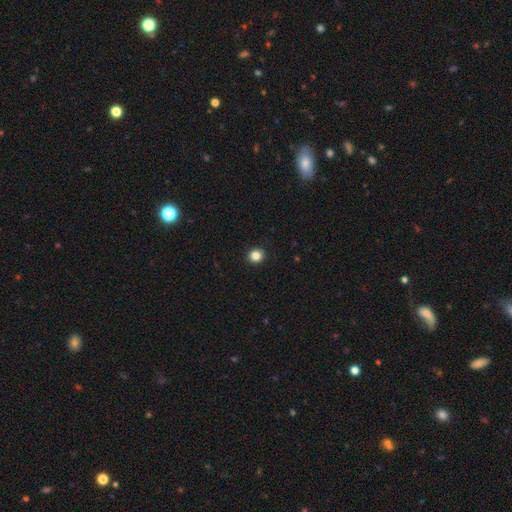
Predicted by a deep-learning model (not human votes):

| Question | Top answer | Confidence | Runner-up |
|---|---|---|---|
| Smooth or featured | smooth | 84% | star or artifact (11%) |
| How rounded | round | 89% | in between (10%) |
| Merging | none | 93% | minor disturbance (5%) |